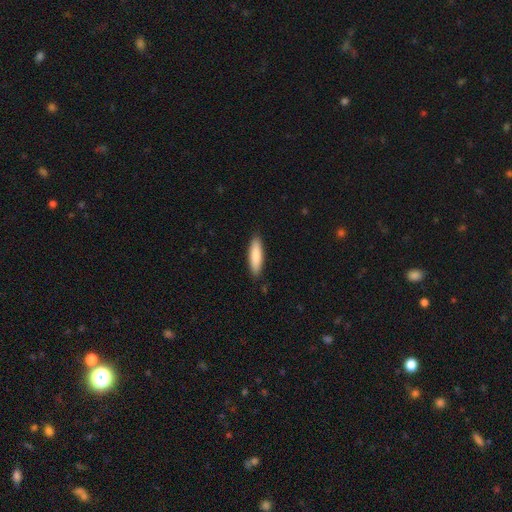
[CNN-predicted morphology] smooth-or-featured: smooth: 86% | featured or disk: 9% | star or artifact: 5%
  how-rounded: cigar-shaped: 64% | in between: 35% | round: 1%
  merging: none: 88% | minor disturbance: 9% | major disturbance: 2% | merger: 1%